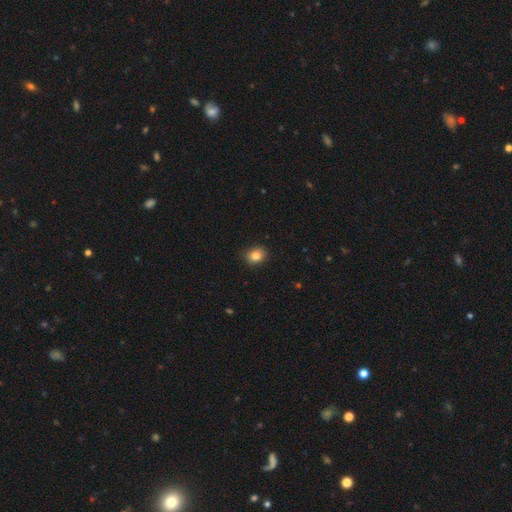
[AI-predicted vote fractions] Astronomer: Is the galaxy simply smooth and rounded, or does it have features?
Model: smooth — 84%.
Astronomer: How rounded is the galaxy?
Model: round — 55% (runner-up: in between, 44%).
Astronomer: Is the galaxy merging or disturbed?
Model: none — 88%.